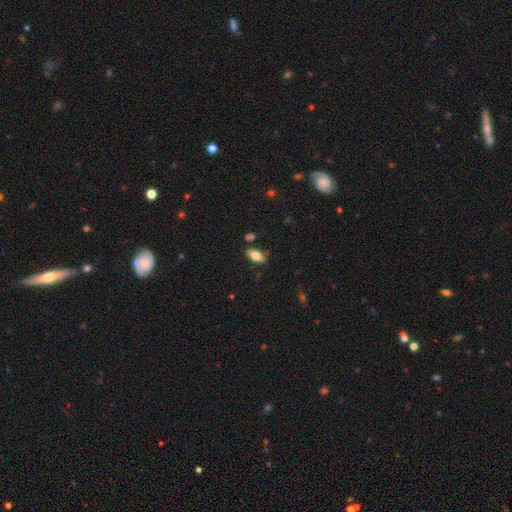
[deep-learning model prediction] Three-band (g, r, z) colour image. It shows a smooth galaxy with no disk features (75%) that is in between round and cigar-shaped (90%). Merging: none (81%).